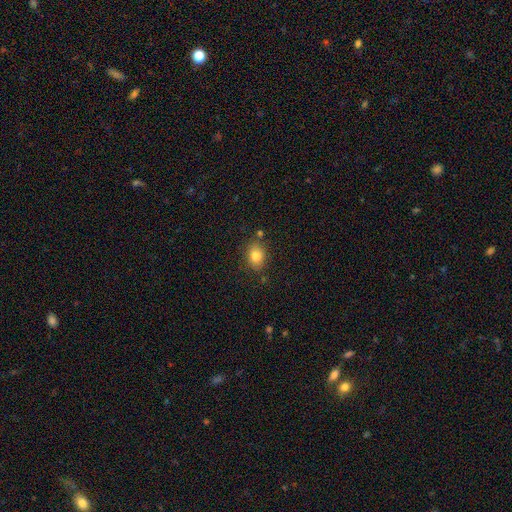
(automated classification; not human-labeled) The model was most divided on "how rounded": in between: 63%, round: 35%, cigar-shaped: 1%. More confident: smooth or featured — smooth (81%); merging — none (79%).